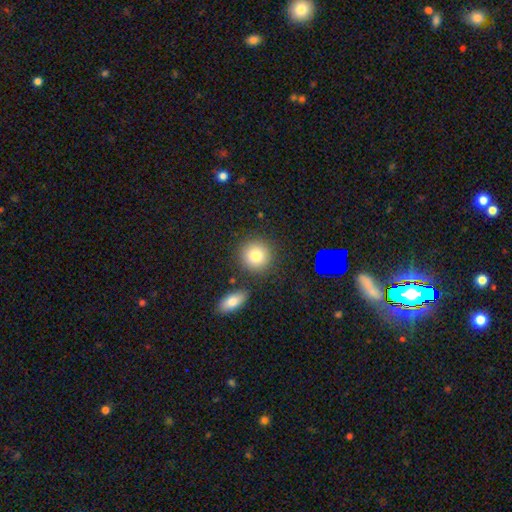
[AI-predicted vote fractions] Smooth or featured?
  - smooth: 81% *
  - star or artifact: 11%
  - featured or disk: 8%
How rounded?
  - round: 91% *
  - in between: 8%
  - cigar-shaped: 1%
Merging?
  - none: 84% *
  - minor disturbance: 8%
  - merger: 6%
  - major disturbance: 3%